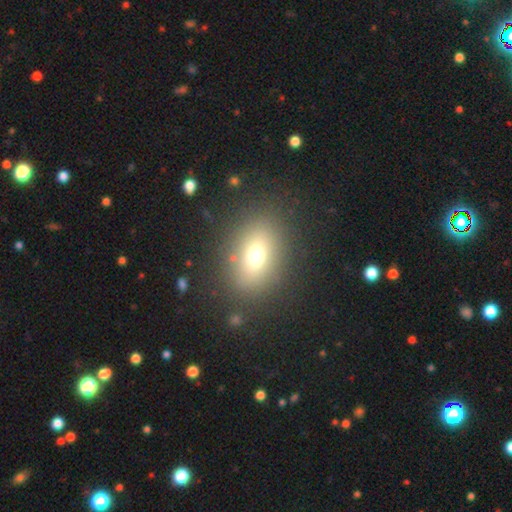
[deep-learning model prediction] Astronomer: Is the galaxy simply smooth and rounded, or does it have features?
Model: smooth — 70%.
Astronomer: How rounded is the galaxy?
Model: in between — 69%.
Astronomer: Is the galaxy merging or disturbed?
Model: none — 84%.